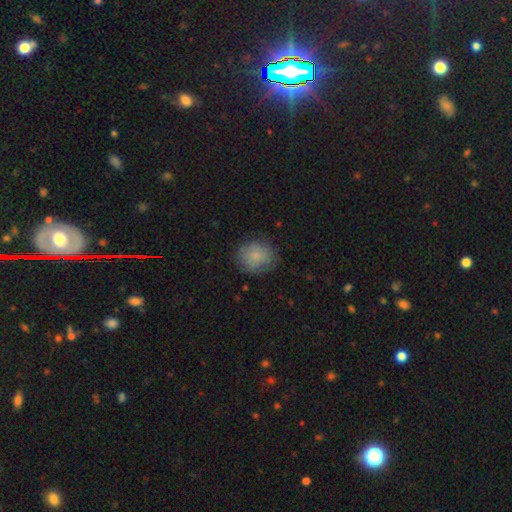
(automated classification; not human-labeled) Smooth or featured? Predicted: smooth (p=0.81). How rounded? Predicted: round (p=0.78). Merging? Predicted: none (p=0.79).